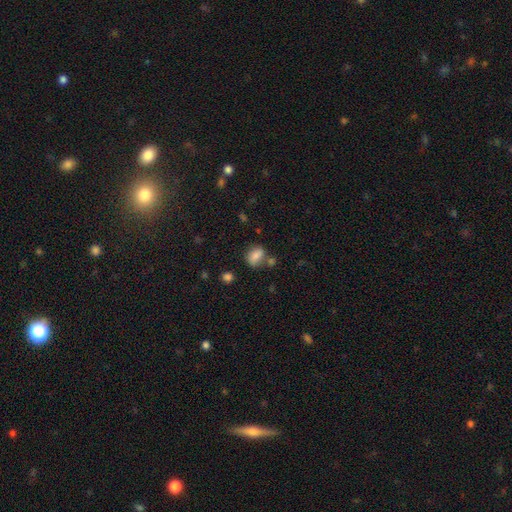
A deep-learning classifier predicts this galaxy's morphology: This appears to be a smooth galaxy with no disk features (81%) that is in between round and cigar-shaped (73%). Merging: none (63%).